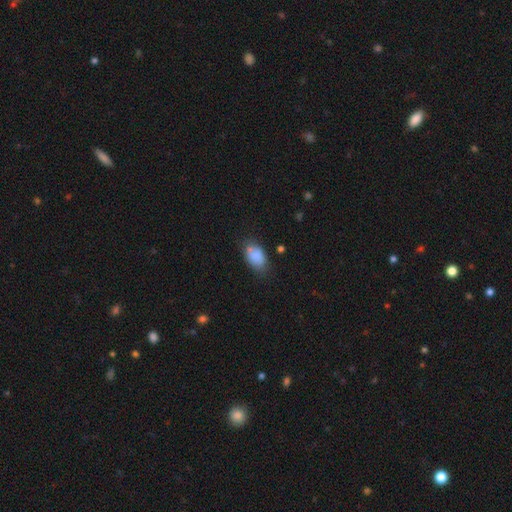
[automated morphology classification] smooth-or-featured: smooth: 84% | featured or disk: 8% | star or artifact: 8%
  how-rounded: in between: 90% | round: 8% | cigar-shaped: 2%
  merging: none: 66% | minor disturbance: 23% | major disturbance: 6% | merger: 5%